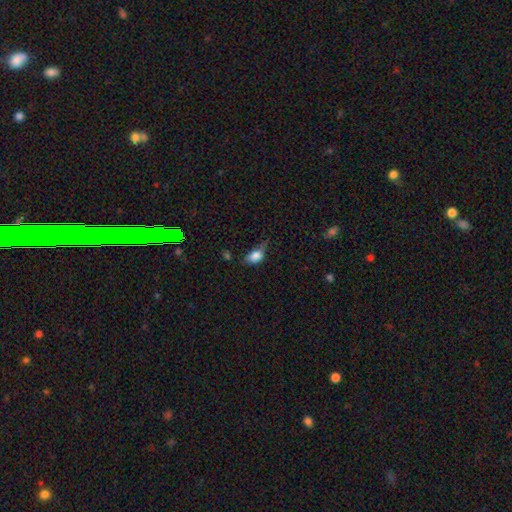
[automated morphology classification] This appears to be a smooth galaxy with no disk features (79%) that is in between round and cigar-shaped (81%). Merging: minor disturbance (41%).